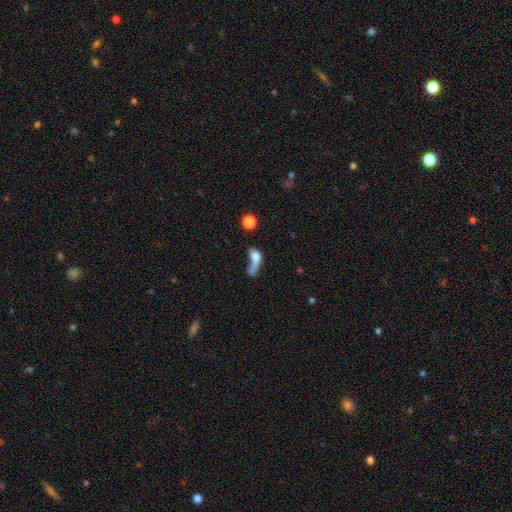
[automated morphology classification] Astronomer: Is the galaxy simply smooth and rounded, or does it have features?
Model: smooth — 57%.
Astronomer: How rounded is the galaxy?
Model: in between — 49% (runner-up: round, 27%).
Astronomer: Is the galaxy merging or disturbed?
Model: major disturbance — 39% (runner-up: merger, 28%).